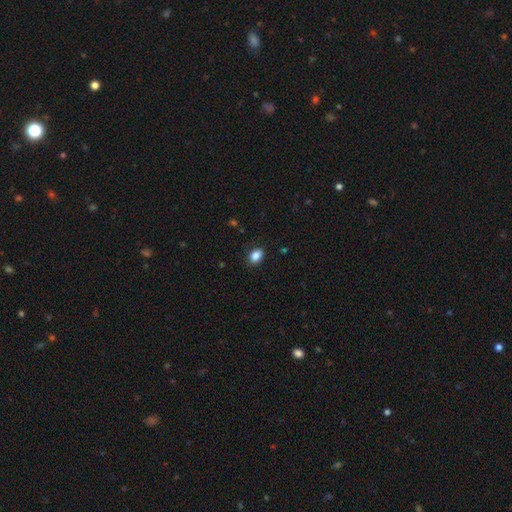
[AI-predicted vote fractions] smooth 87%, star or artifact 9%, featured or disk 4%. Down the decision tree: how rounded — in between (83%); merging — none (86%).